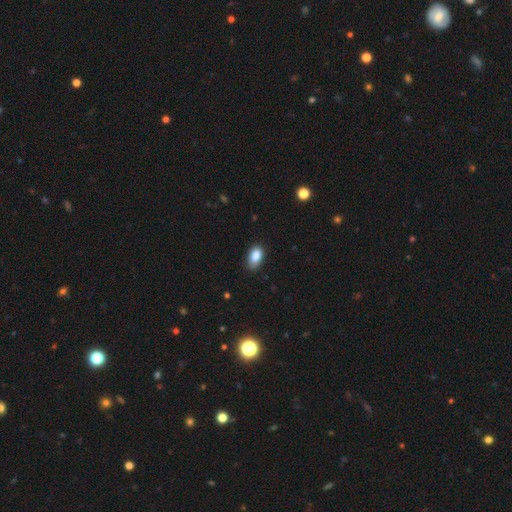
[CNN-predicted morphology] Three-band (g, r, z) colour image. It shows a smooth galaxy with no disk features (87%) that is in between round and cigar-shaped (91%). Merging: none (77%).